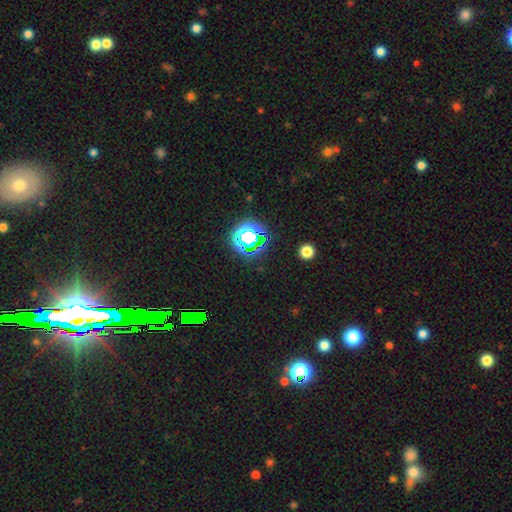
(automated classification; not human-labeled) Overall: star or artifact (78%).